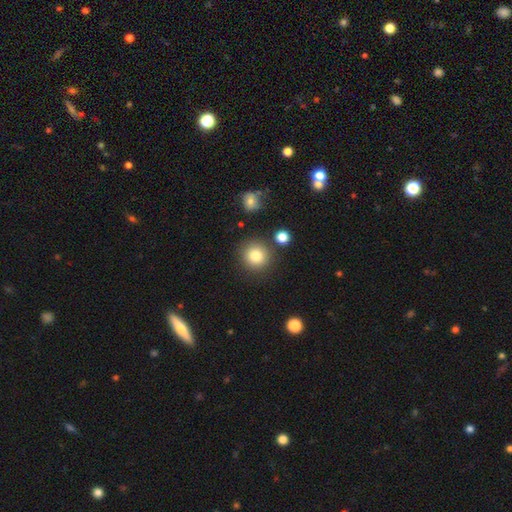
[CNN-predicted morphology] Smooth or featured: smooth — 82% (star or artifact — 10%)
How rounded: round — 92% (in between — 8%)
Merging: none — 84% (minor disturbance — 8%)